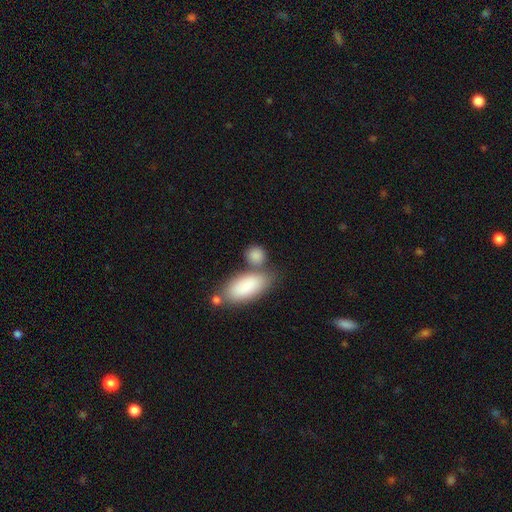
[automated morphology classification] Overall: smooth (86%). How rounded: in between (49%; round 45%). Merging: none (58%; merger 23%).